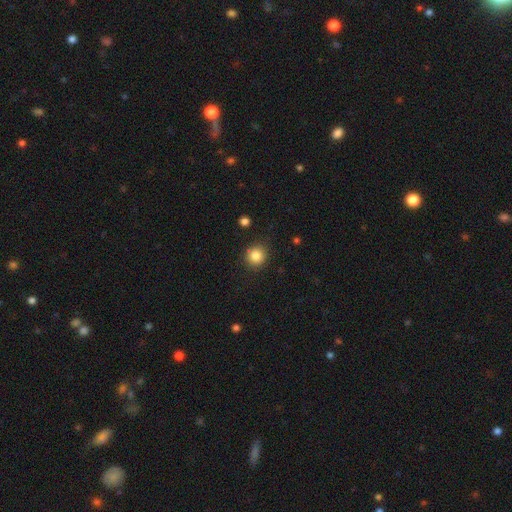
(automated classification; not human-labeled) smooth 85%, star or artifact 11%, featured or disk 5%. Down the decision tree: how rounded — round (92%); merging — none (88%).